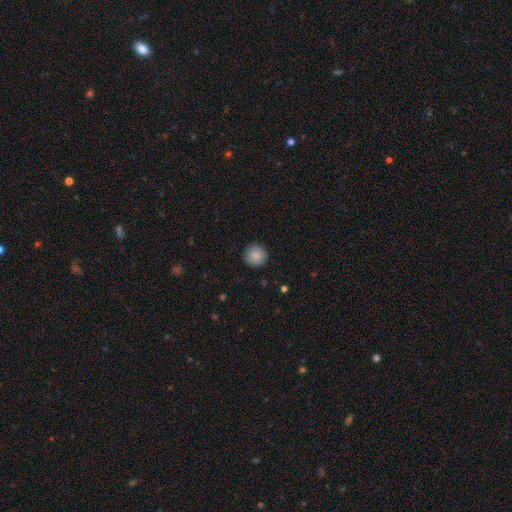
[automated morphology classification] smooth_or_featured: smooth (p=0.87) [alt: star or artifact p=0.08]
how_rounded: round (p=0.95) [alt: in between p=0.04]
merging: none (p=0.91) [alt: minor disturbance p=0.06]